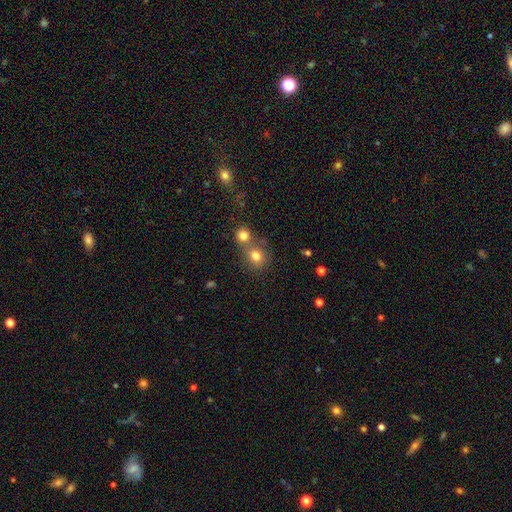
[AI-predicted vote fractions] Overall: smooth (77%). How rounded: round (80%). Merging: none (51%; merger 38%).